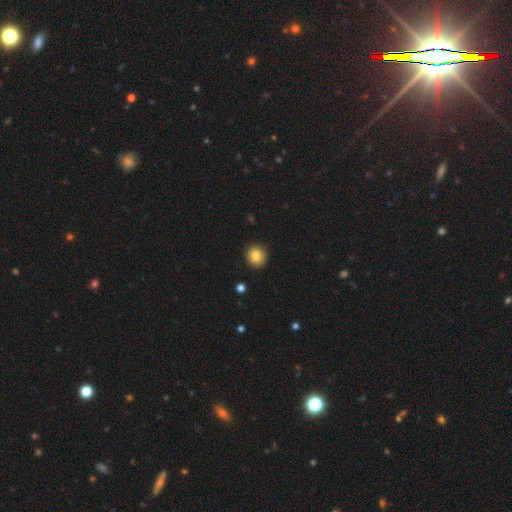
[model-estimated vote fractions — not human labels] smooth 83%, star or artifact 10%, featured or disk 7%. Down the decision tree: how rounded — round (91%); merging — none (92%).